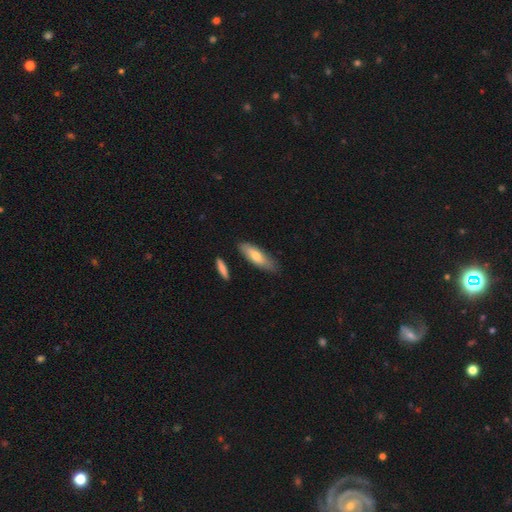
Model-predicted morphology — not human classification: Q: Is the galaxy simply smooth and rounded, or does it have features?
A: smooth — 67%.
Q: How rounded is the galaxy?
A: cigar-shaped — 54%.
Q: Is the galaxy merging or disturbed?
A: none — 80%.